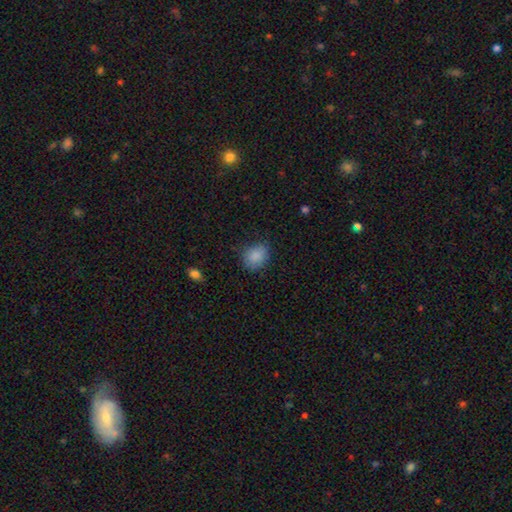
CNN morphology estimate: Smooth or featured? Predicted: smooth (p=0.87). How rounded? Predicted: round (p=0.59). Merging? Predicted: none (p=0.74).